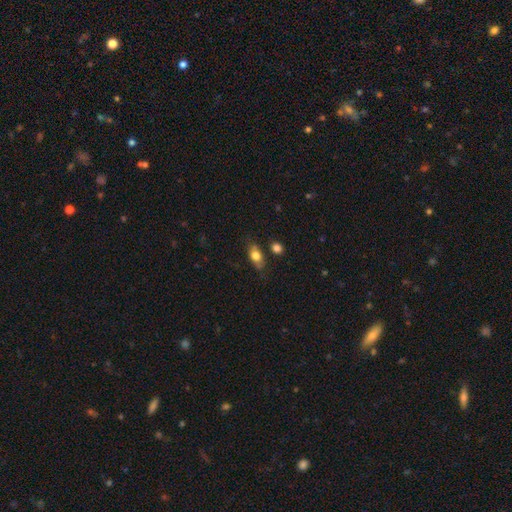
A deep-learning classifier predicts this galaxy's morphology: smooth 74%, featured or disk 18%, star or artifact 8%. Down the decision tree: how rounded — in between (79%); merging — none (70%).